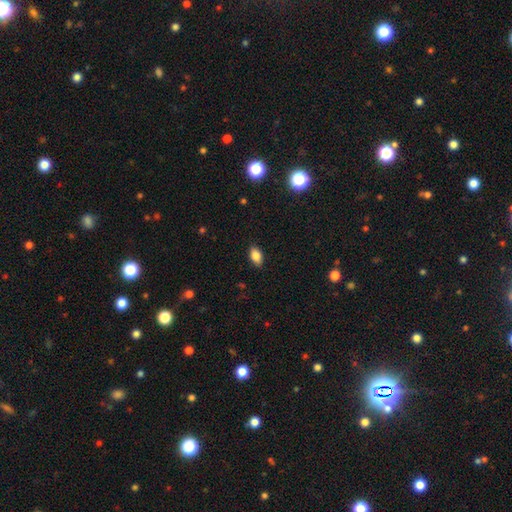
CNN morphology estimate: smooth 83%, star or artifact 9%, featured or disk 8%. Down the decision tree: how rounded — in between (89%); merging — none (88%).